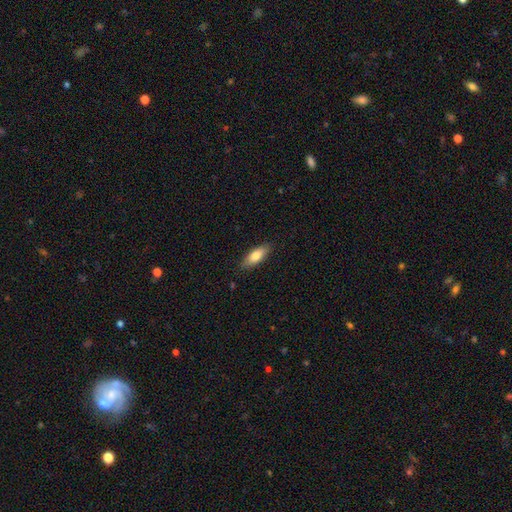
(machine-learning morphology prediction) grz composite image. It shows a smooth galaxy with no disk features (78%) that is in between round and cigar-shaped (72%). Merging: none (86%).